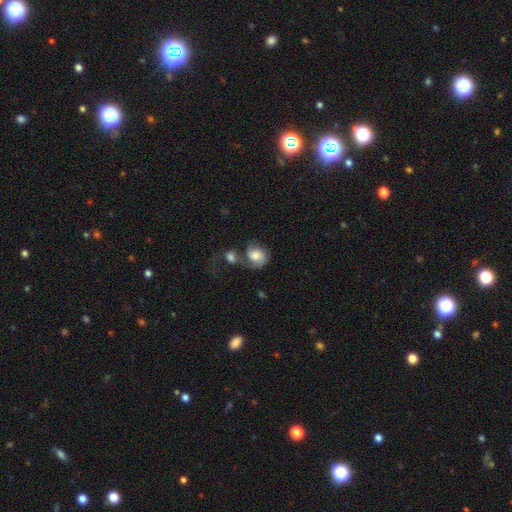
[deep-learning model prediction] Smooth or featured? Predicted: smooth (p=0.51). How rounded? Predicted: round (p=0.66). Merging? Predicted: merger (p=0.47).